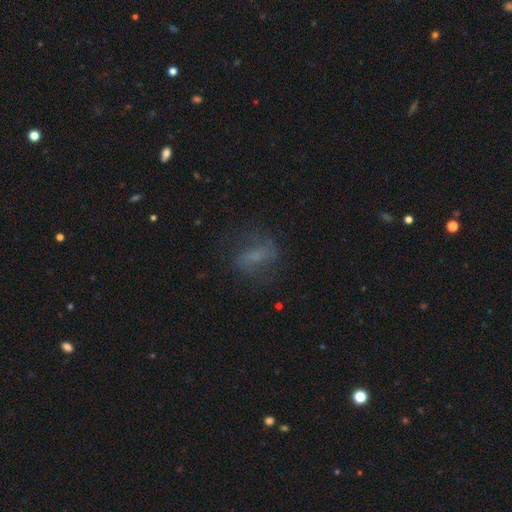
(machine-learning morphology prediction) Smooth or featured?
  - smooth: 45% *
  - featured or disk: 37%
  - star or artifact: 18%
Merging?
  - none: 65% *
  - minor disturbance: 19%
  - major disturbance: 15%
  - merger: 2%